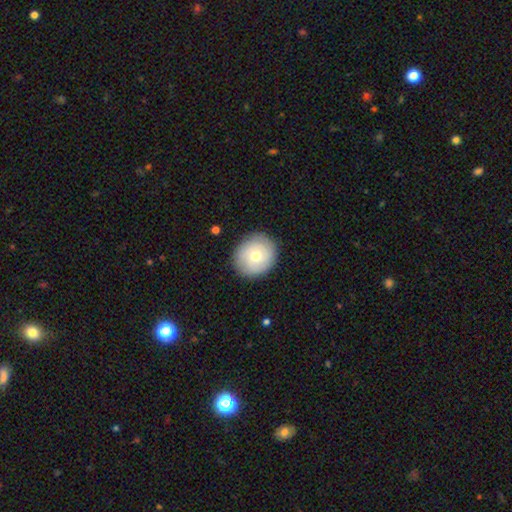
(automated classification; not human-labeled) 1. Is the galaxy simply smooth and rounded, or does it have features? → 62% smooth, 30% featured or disk, 8% star or artifact.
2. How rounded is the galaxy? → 85% round, 14% in between, 1% cigar-shaped.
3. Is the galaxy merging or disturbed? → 86% none, 10% minor disturbance, 3% major disturbance, 1% merger.